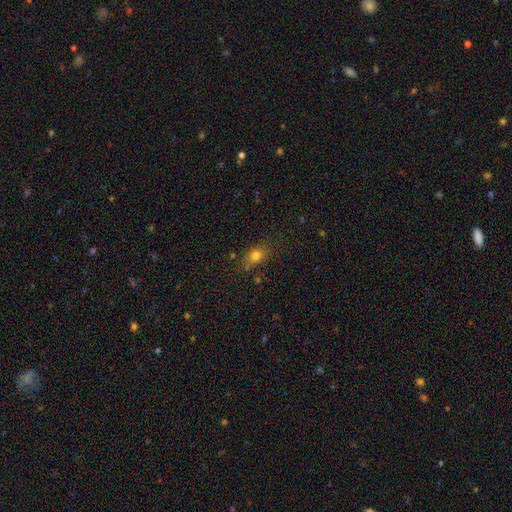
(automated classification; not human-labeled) Smooth or featured?
  - smooth: 76% *
  - star or artifact: 14%
  - featured or disk: 10%
How rounded?
  - in between: 63% *
  - round: 32%
  - cigar-shaped: 4%
Merging?
  - none: 73% *
  - minor disturbance: 18%
  - major disturbance: 5%
  - merger: 4%